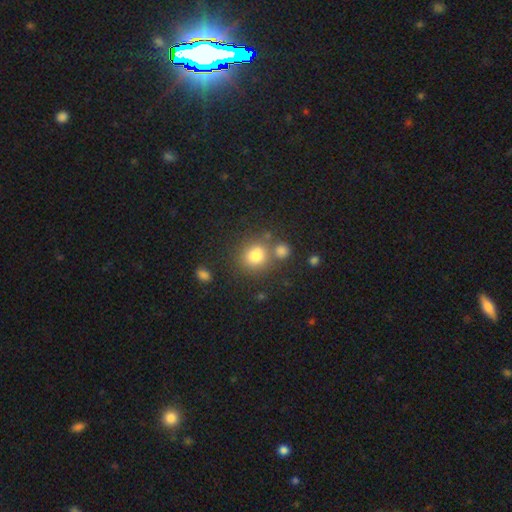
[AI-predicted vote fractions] smooth 78%, star or artifact 13%, featured or disk 9%. Down the decision tree: how rounded — round (80%); merging — none (62%).